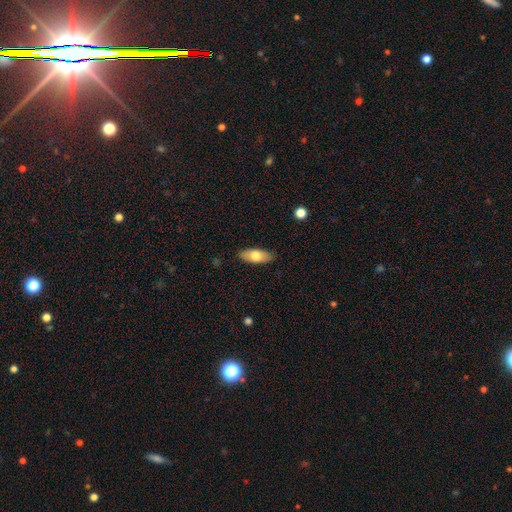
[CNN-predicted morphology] Smooth or featured? Predicted: smooth (p=0.72). How rounded? Predicted: in between (p=0.80). Merging? Predicted: none (p=0.87).